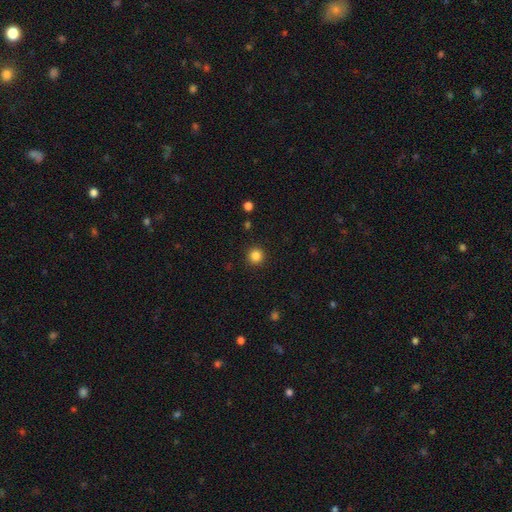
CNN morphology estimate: Smooth or featured? Predicted: smooth (p=0.85). How rounded? Predicted: round (p=0.95). Merging? Predicted: none (p=0.92).